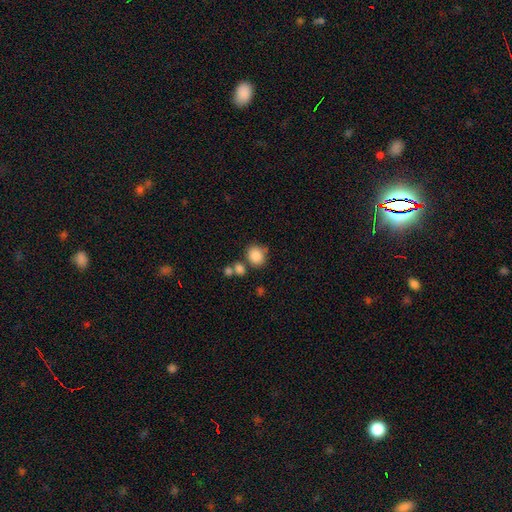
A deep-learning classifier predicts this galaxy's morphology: smooth_or_featured: smooth (p=0.85) [alt: star or artifact p=0.09]
how_rounded: round (p=0.72) [alt: in between p=0.27]
merging: none (p=0.64) [alt: merger p=0.17]